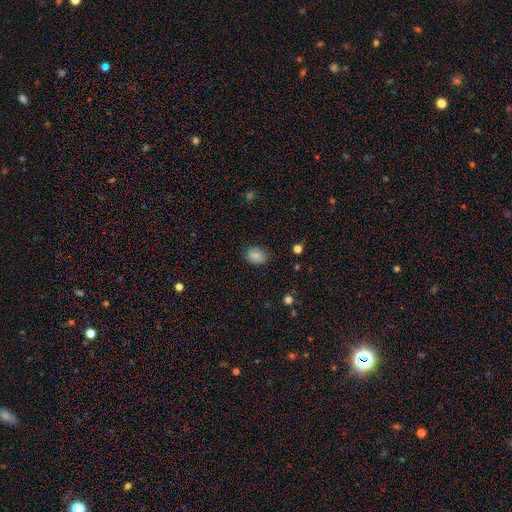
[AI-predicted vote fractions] smooth_or_featured: smooth (p=0.78) [alt: featured or disk p=0.12]
how_rounded: in between (p=0.57) [alt: round p=0.43]
merging: none (p=0.77) [alt: minor disturbance p=0.18]